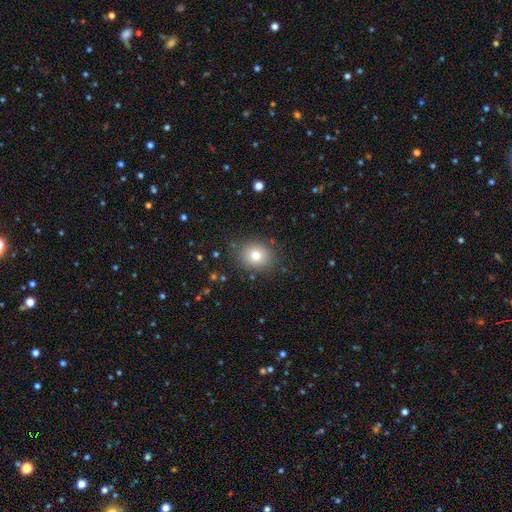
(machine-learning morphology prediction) A smooth galaxy with no disk features (77%) that is round (68%). Merging: none (85%).